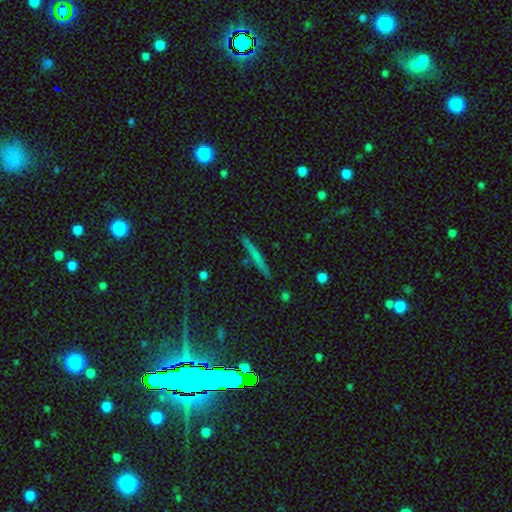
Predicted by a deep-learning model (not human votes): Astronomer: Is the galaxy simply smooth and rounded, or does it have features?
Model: smooth — 46% (runner-up: featured or disk, 43%).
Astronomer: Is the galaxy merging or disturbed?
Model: none — 90%.